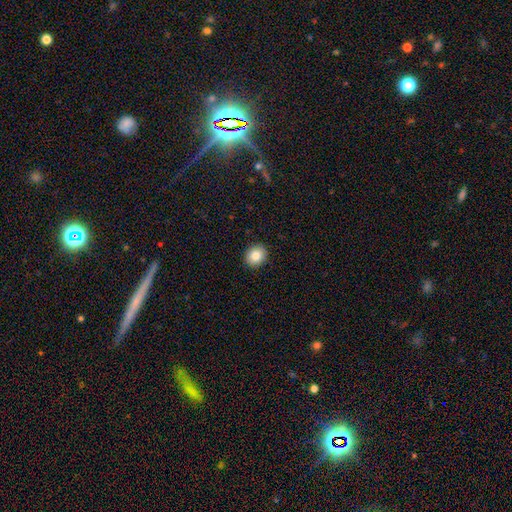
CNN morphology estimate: Overall: smooth (83%). How rounded: round (70%). Merging: none (92%).